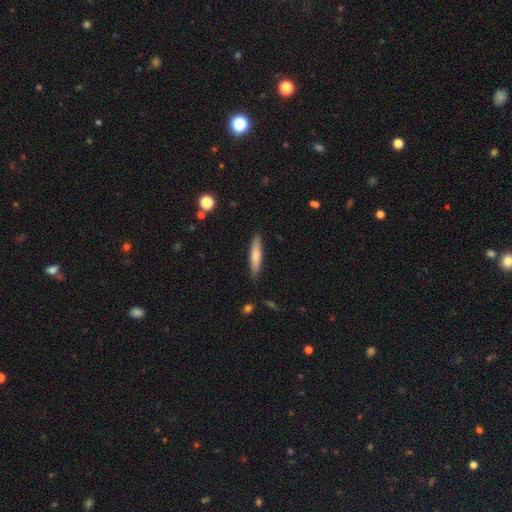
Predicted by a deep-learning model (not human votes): smooth 67%, featured or disk 27%, star or artifact 6%. Down the decision tree: how rounded — cigar-shaped (86%); merging — none (88%).